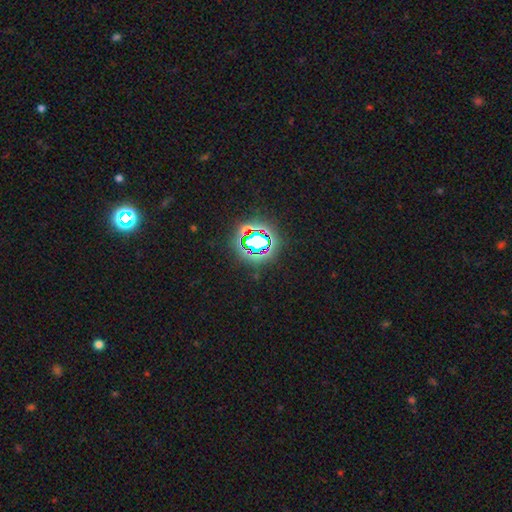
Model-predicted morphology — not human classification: smooth_or_featured: star or artifact (p=0.78) [alt: smooth p=0.14]